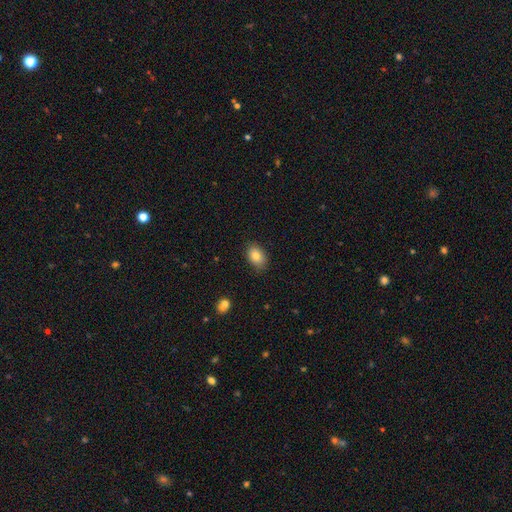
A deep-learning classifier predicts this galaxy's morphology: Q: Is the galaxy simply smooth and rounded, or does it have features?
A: smooth — 83%.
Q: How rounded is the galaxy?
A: in between — 84%.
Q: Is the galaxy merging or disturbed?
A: none — 84%.